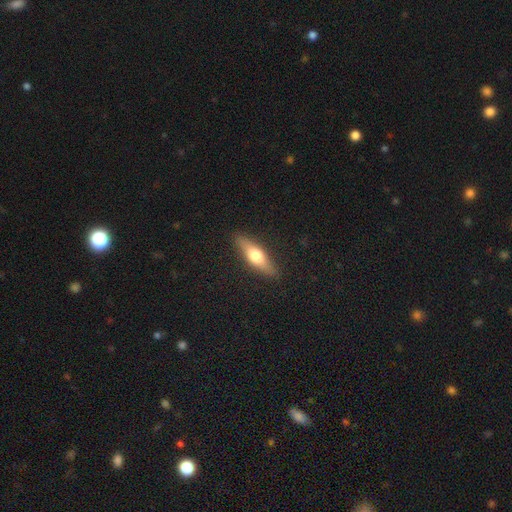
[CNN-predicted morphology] The model was most divided on "smooth or featured": smooth: 50%, featured or disk: 44%, star or artifact: 6%. More confident: merging — none (88%); how rounded — cigar-shaped (60%).